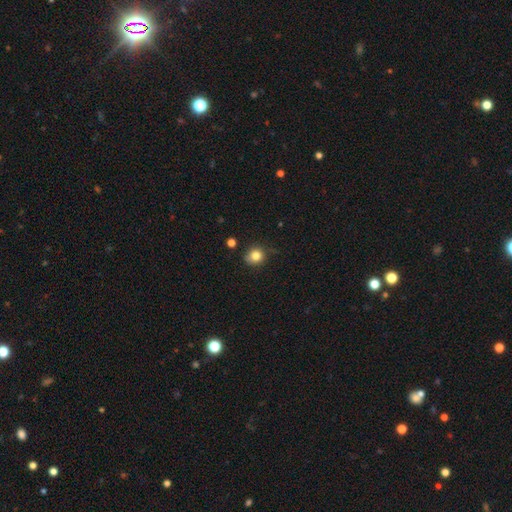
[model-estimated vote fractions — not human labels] A smooth galaxy with no disk features (81%) that is round (84%).

Vote fractions:
- Smooth or featured? smooth: 81% / star or artifact: 12% / featured or disk: 7%
- How rounded? round: 84% / in between: 15% / cigar-shaped: 1%
- Merging? none: 74% / minor disturbance: 19% / major disturbance: 4% / merger: 3%